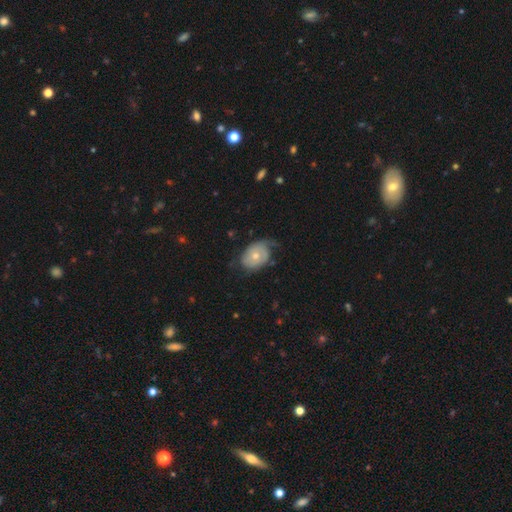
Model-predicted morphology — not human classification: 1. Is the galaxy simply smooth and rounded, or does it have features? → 51% featured or disk, 43% smooth, 6% star or artifact.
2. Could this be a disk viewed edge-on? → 95% no, 5% yes.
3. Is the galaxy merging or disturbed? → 44% none, 35% minor disturbance, 20% major disturbance, 2% merger.